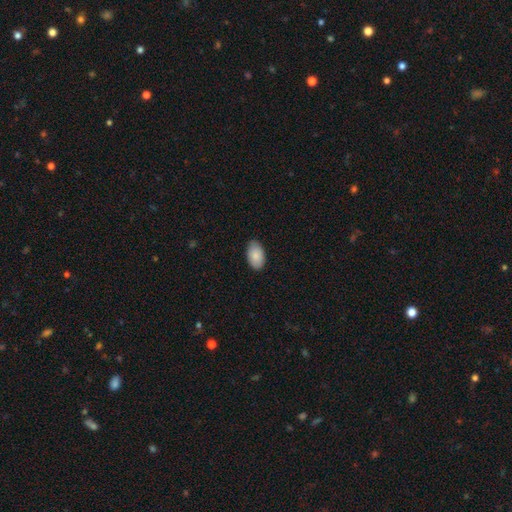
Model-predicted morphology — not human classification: This appears to be a smooth galaxy with no disk features (87%) that is in between round and cigar-shaped (93%). Merging: none (84%).